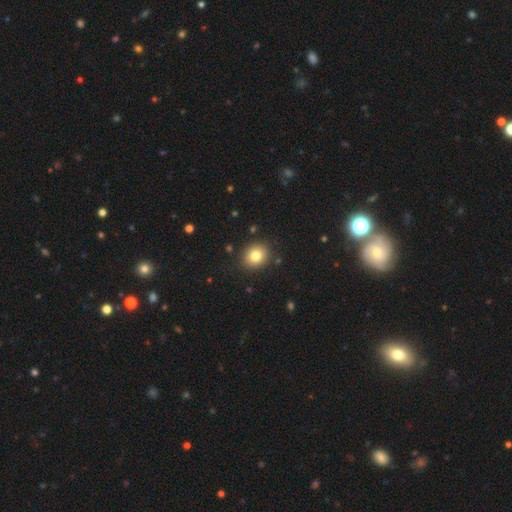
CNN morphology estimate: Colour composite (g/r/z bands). It shows a smooth galaxy with no disk features (82%) that is round (68%). Merging: none (88%).